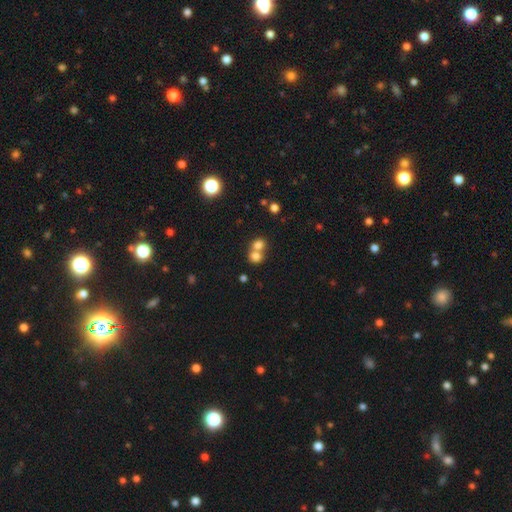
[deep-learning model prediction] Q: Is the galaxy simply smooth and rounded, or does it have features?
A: smooth — 75%.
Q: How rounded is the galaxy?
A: round — 74%.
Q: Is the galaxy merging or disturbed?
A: merger — 61%.